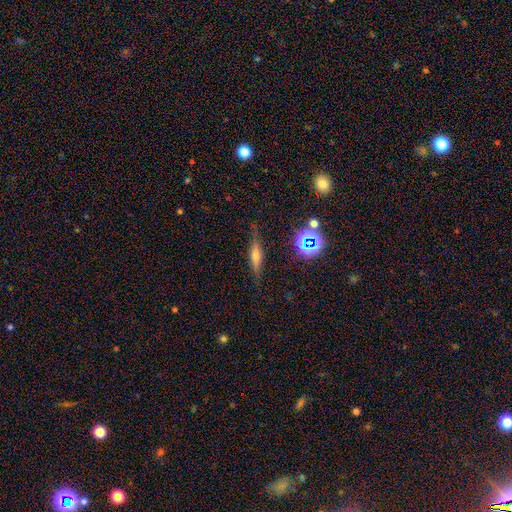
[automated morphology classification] featured or disk 46%, smooth 39%, star or artifact 14%. Down the decision tree: merging — none (80%).